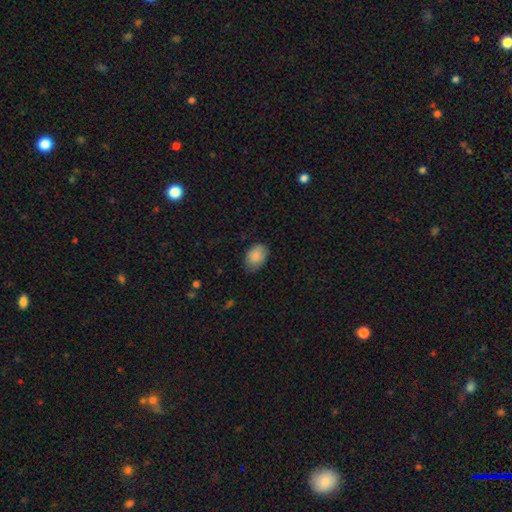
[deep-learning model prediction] smooth_or_featured: smooth (p=0.87) [alt: star or artifact p=0.07]
how_rounded: in between (p=0.80) [alt: round p=0.19]
merging: none (p=0.71) [alt: minor disturbance p=0.24]